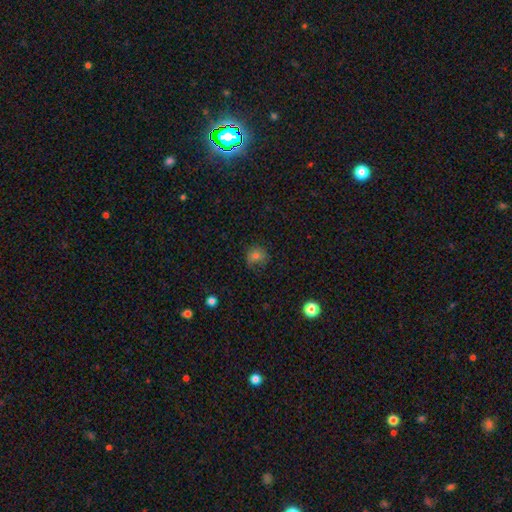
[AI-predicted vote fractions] Smooth or featured? Predicted: smooth (p=0.75). How rounded? Predicted: round (p=0.80). Merging? Predicted: none (p=0.62).